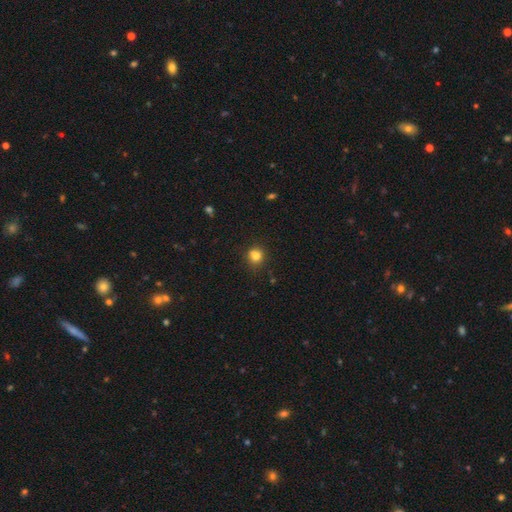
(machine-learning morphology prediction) Q: Smooth or featured?
A: smooth (80%); runner-up: star or artifact (12%)
Q: How rounded?
A: round (79%); runner-up: in between (20%)
Q: Merging?
A: none (70%); runner-up: minor disturbance (16%)